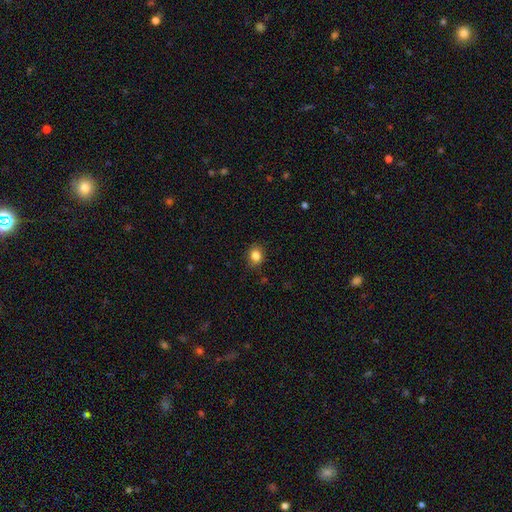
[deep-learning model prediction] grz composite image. It shows a smooth galaxy with no disk features (84%) that is round (61%). Merging: none (85%).